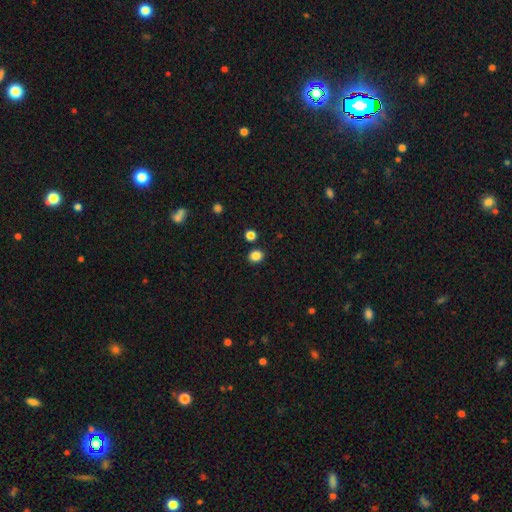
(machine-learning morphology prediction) Smooth or featured? Predicted: smooth (p=0.85). How rounded? Predicted: round (p=0.70). Merging? Predicted: none (p=0.87).